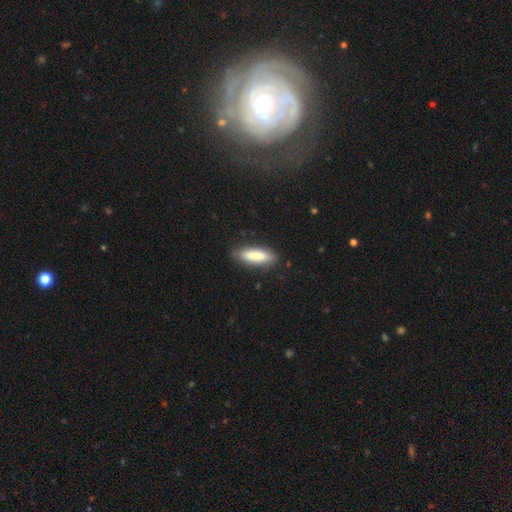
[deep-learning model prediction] This is clearly a smooth galaxy (82%). How rounded: possibly cigar-shaped (56%). Merging: clearly none (84%).